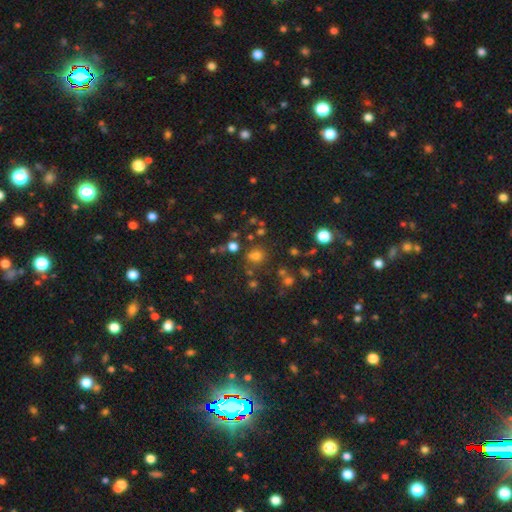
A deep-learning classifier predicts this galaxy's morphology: This is likely a smooth galaxy (64%). How rounded: likely round (78%). Merging: likely none (71%).